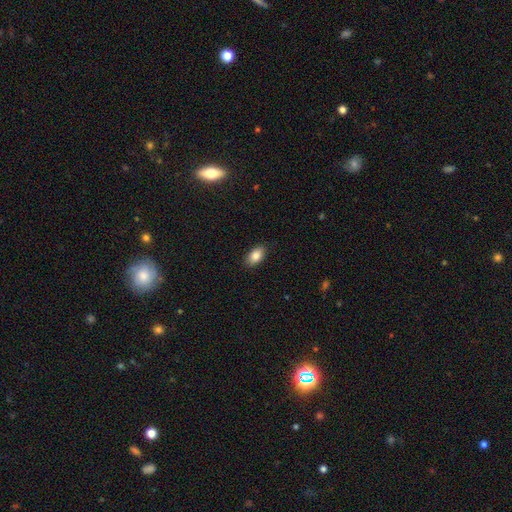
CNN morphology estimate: A smooth galaxy with no disk features (85%) that is in between round and cigar-shaped (92%). Merging: none (88%).